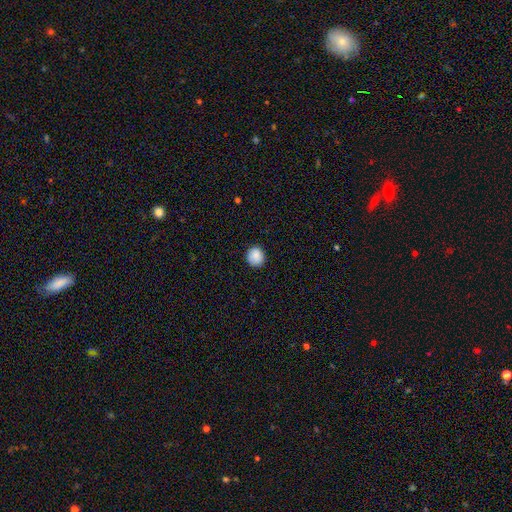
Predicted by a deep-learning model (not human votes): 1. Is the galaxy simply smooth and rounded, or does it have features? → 88% smooth, 8% star or artifact, 4% featured or disk.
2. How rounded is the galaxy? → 85% round, 14% in between, 1% cigar-shaped.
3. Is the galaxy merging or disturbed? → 88% none, 9% minor disturbance, 2% major disturbance, 1% merger.